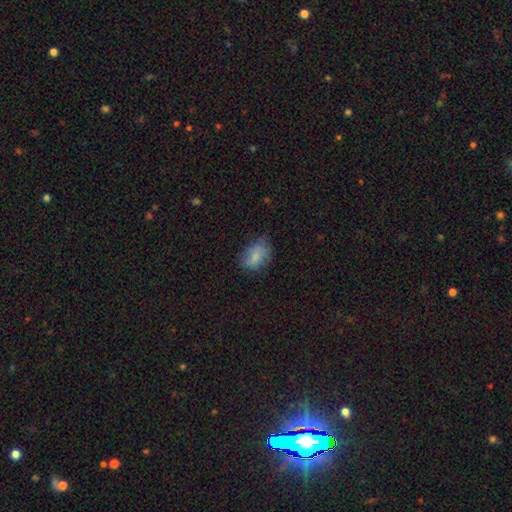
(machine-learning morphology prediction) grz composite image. It shows a smooth galaxy with no disk features (78%) that is in between round and cigar-shaped (82%). Merging: none (55%).